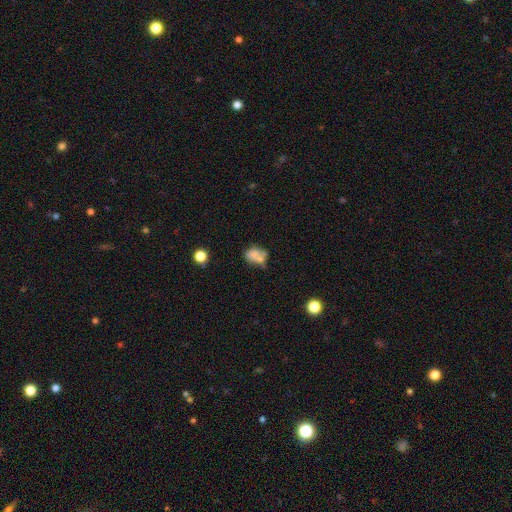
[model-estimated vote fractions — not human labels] A smooth galaxy with no disk features (66%) that is in between round and cigar-shaped (62%).

Vote fractions:
- Smooth or featured? smooth: 66% / featured or disk: 22% / star or artifact: 12%
- How rounded? in between: 62% / round: 36% / cigar-shaped: 2%
- Merging? merger: 39% / none: 32% / minor disturbance: 18% / major disturbance: 11%